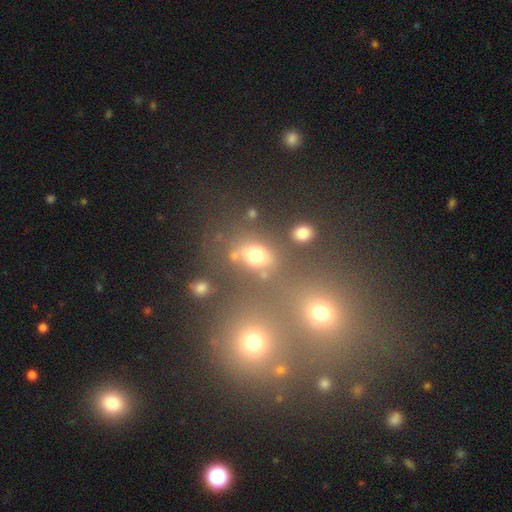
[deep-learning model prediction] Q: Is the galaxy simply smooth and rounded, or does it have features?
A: smooth — 66%.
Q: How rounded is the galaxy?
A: in between — 57%.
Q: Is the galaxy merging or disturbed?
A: none — 65%.